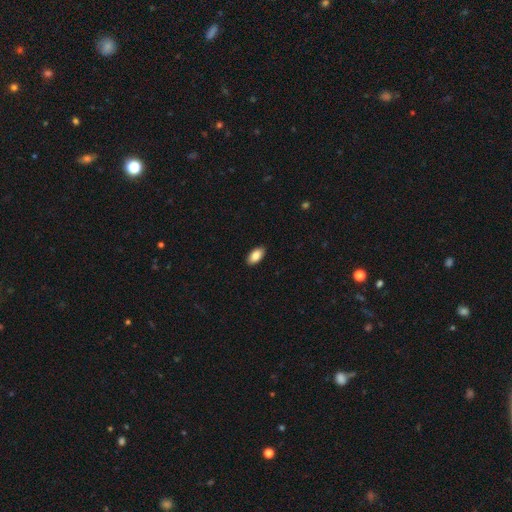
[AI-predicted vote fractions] Q: Smooth or featured?
A: smooth (86%); runner-up: featured or disk (7%)
Q: How rounded?
A: in between (94%); runner-up: cigar-shaped (3%)
Q: Merging?
A: none (90%); runner-up: minor disturbance (7%)